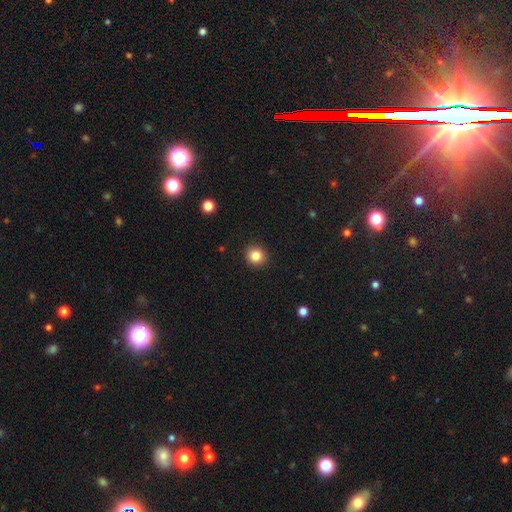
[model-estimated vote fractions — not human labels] Smooth or featured: smooth — 84% (star or artifact — 11%)
How rounded: round — 89% (in between — 10%)
Merging: none — 92% (minor disturbance — 5%)